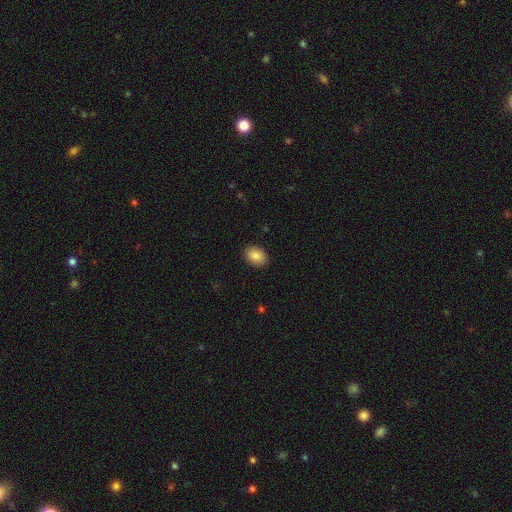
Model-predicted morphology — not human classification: This appears to be a smooth galaxy with no disk features (88%) that is in between round and cigar-shaped (72%). Merging: none (90%).